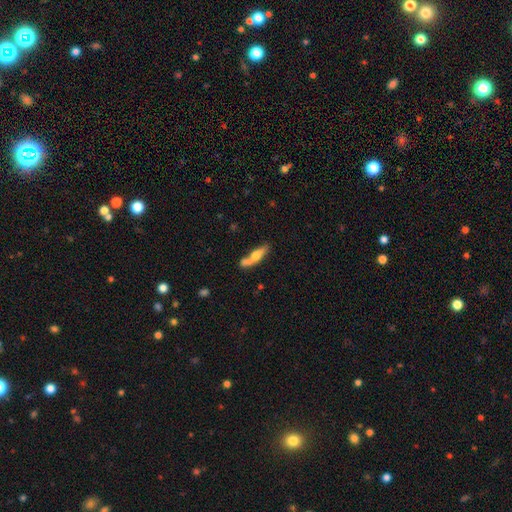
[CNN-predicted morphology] Overall: smooth (55%; featured or disk 39%). How rounded: cigar-shaped (65%; in between 32%). Merging: none (48%; merger 29%).